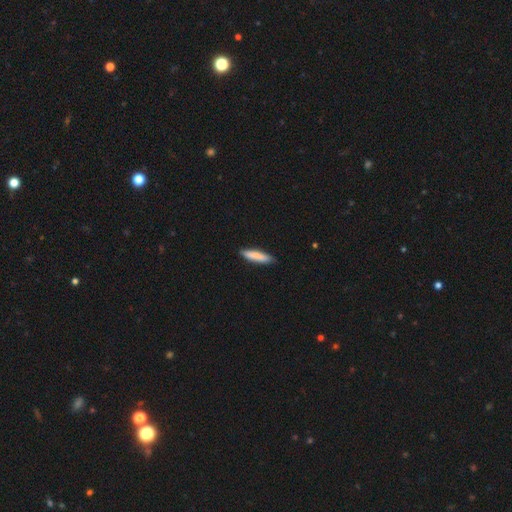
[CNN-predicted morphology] This is clearly a smooth galaxy (85%). How rounded: clearly cigar-shaped (81%). Merging: clearly none (87%).